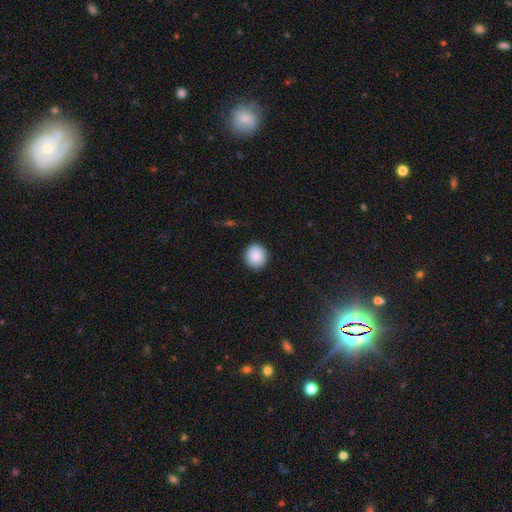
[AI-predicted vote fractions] Smooth or featured: smooth — 89% (star or artifact — 8%)
How rounded: round — 90% (in between — 9%)
Merging: none — 91% (minor disturbance — 6%)